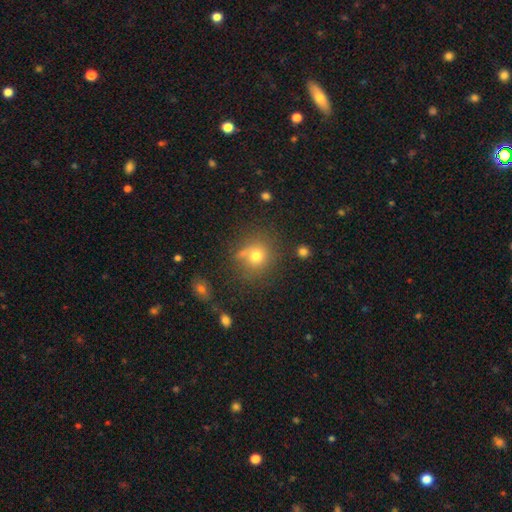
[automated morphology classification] This appears to be a smooth galaxy with no disk features (73%) that is round (86%). Merging: none (69%).